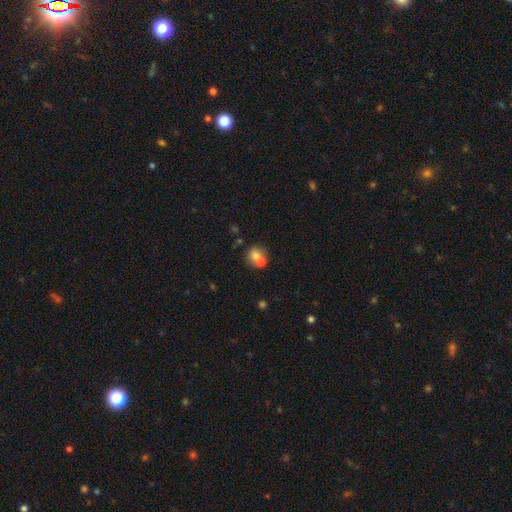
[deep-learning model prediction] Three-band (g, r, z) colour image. It shows a smooth galaxy with no disk features (68%) that is round (74%). Merging: merger (51%).